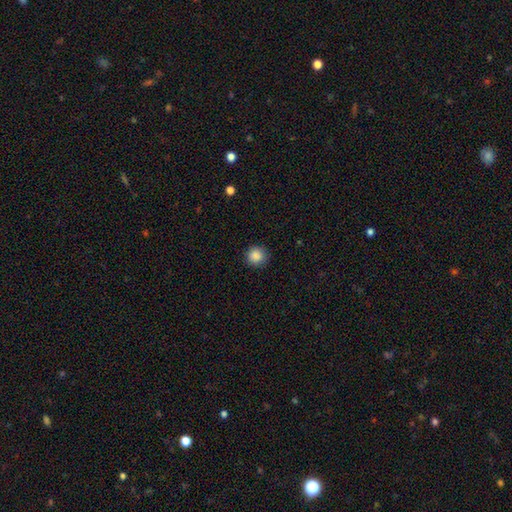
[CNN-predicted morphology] A smooth galaxy with no disk features (87%) that is round (94%).

Vote fractions:
- Smooth or featured? smooth: 87% / star or artifact: 10% / featured or disk: 3%
- How rounded? round: 94% / in between: 5% / cigar-shaped: 1%
- Merging? none: 90% / minor disturbance: 7% / major disturbance: 2% / merger: 1%